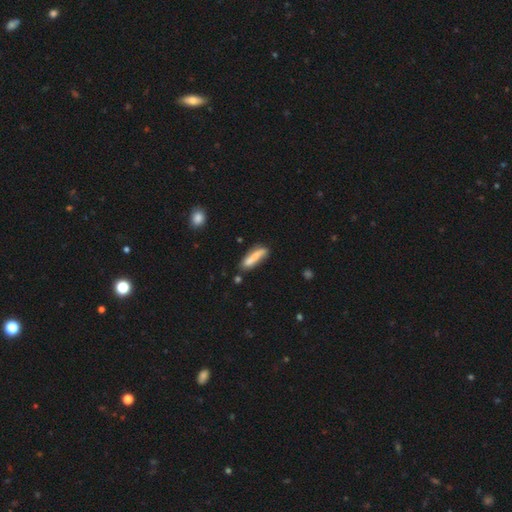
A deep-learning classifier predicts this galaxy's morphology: Smooth or featured: smooth — 66% (featured or disk — 26%)
How rounded: cigar-shaped — 76% (in between — 21%)
Merging: none — 66% (minor disturbance — 21%)